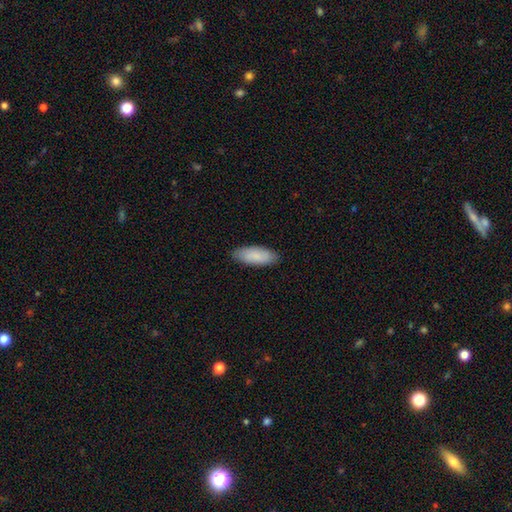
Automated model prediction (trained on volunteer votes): Overall: smooth (87%). How rounded: in between (78%). Merging: none (88%).